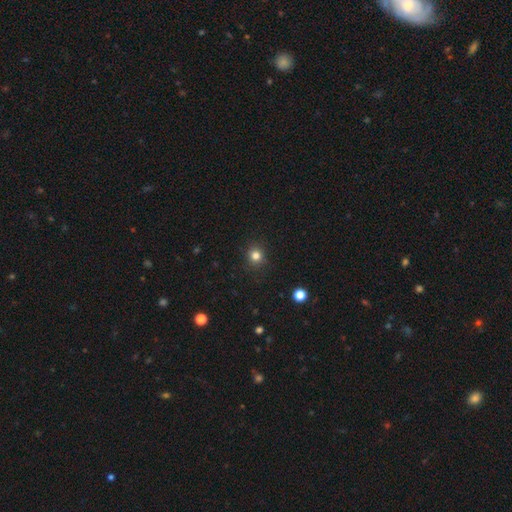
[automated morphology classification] Smooth or featured? smooth (82%)
How rounded? round (91%)
Merging? none (90%)